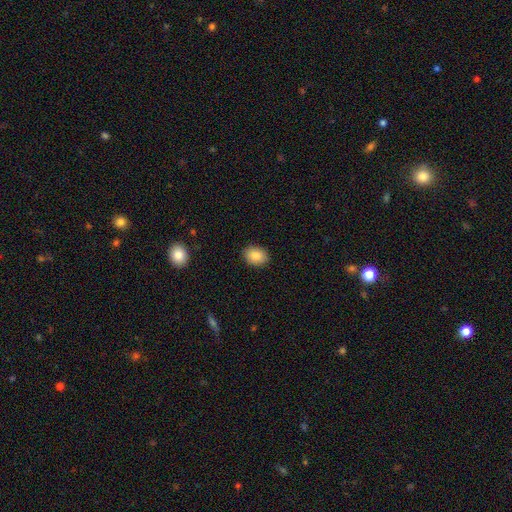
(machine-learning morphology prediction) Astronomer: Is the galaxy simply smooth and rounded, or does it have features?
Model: smooth — 86%.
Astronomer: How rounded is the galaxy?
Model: in between — 64%.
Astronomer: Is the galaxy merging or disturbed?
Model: none — 89%.